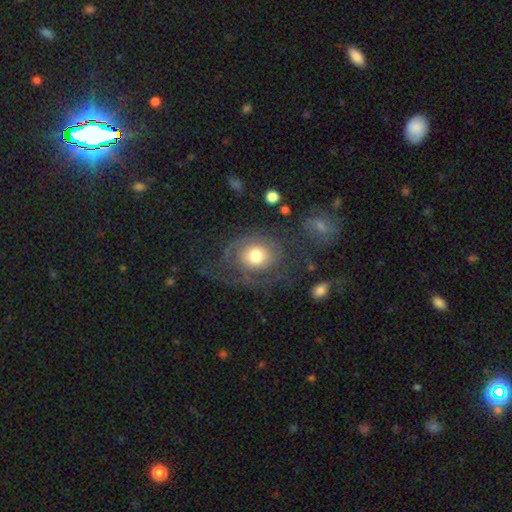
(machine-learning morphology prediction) smooth-or-featured: featured or disk: 67% | smooth: 25% | star or artifact: 8%
  disk-edge-on: no: 97% | yes: 3%
    bar: no: 81% | weak: 16% | strong: 3%
    has-spiral-arms: yes: 81% | no: 19%
      spiral-winding: tight: 50% | medium: 32% | loose: 18%
      spiral-arm-count: 2: 34% | can't tell: 31% | 1: 14% | 3: 10% | 4: 5% | more than 4: 5%
    bulge-size: moderate: 55% | large: 30% | small: 10% | dominant: 4% | none: 2%
  merging: none: 55% | major disturbance: 24% | minor disturbance: 17% | merger: 3%